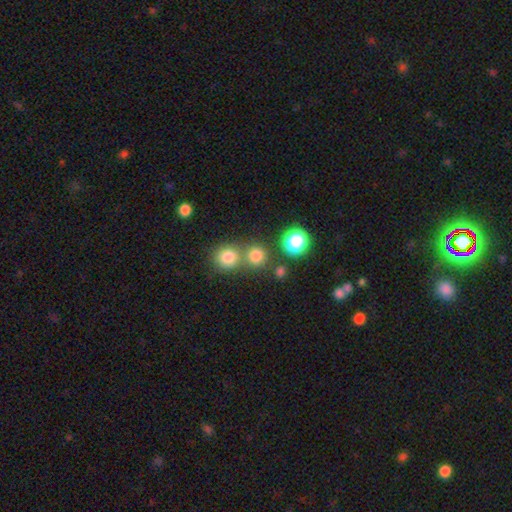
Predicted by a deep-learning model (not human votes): A smooth galaxy with no disk features (76%) that is round (89%).

Vote fractions:
- Smooth or featured? smooth: 76% / star or artifact: 17% / featured or disk: 6%
- How rounded? round: 89% / in between: 10% / cigar-shaped: 1%
- Merging? none: 60% / merger: 31% / minor disturbance: 7% / major disturbance: 3%